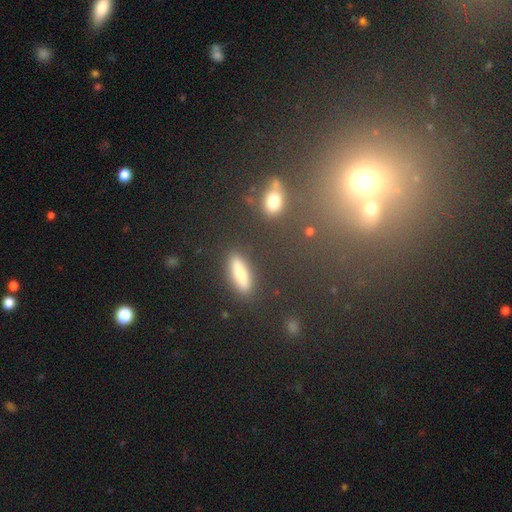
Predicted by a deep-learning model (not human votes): Overall: smooth (43%; star or artifact 38%). Merging: none (76%).